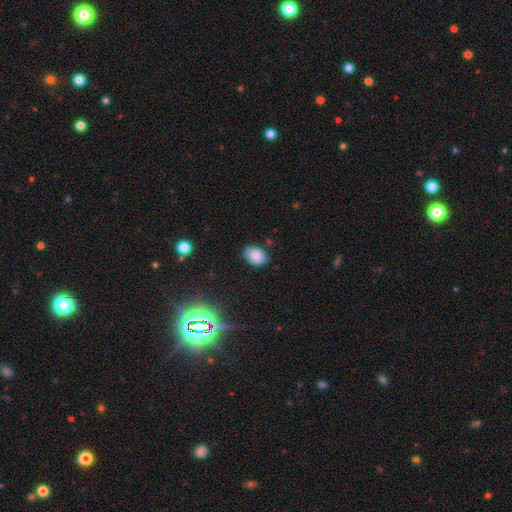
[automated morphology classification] Smooth or featured? smooth (83%)
How rounded? in between (77%)
Merging? none (83%)